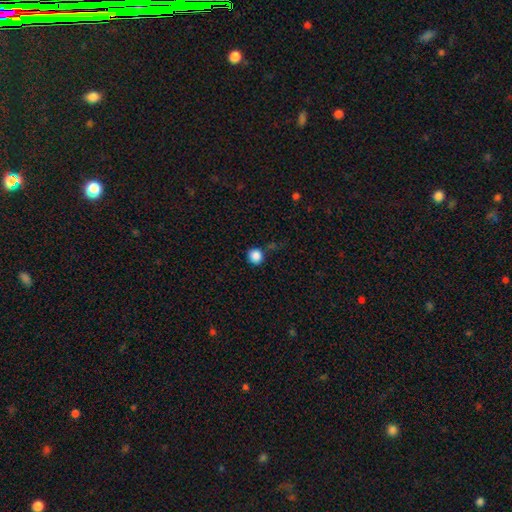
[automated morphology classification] Smooth or featured? Predicted: smooth (p=0.87). How rounded? Predicted: round (p=0.88). Merging? Predicted: none (p=0.82).